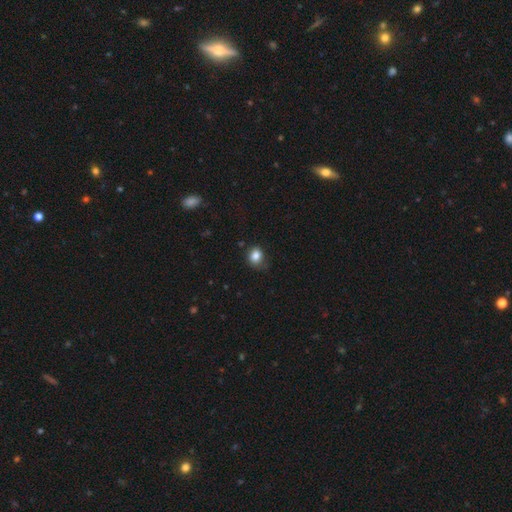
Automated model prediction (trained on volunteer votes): Smooth or featured? Predicted: smooth (p=0.83). How rounded? Predicted: round (p=0.63). Merging? Predicted: none (p=0.67).